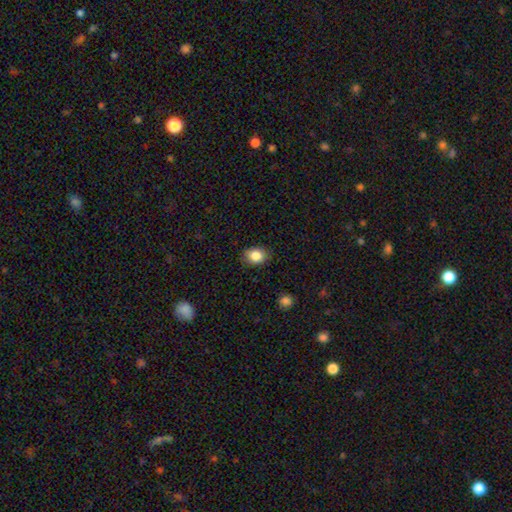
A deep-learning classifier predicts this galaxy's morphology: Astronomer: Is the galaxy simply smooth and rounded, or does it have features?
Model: smooth — 85%.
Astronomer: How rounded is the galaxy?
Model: in between — 59% (runner-up: round, 40%).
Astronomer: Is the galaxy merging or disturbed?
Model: none — 85%.